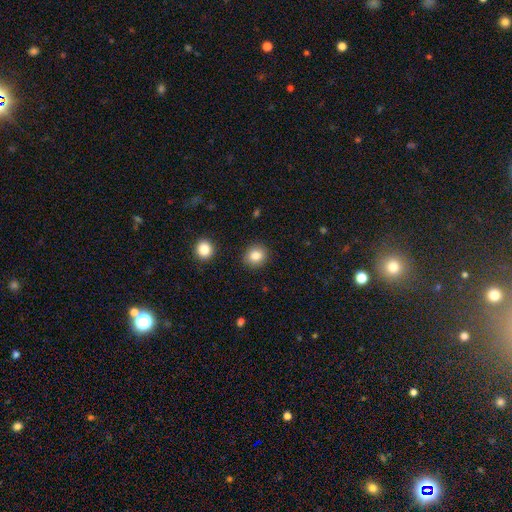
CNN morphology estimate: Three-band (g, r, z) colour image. It shows a smooth galaxy with no disk features (83%) that is round (83%). Merging: none (90%).